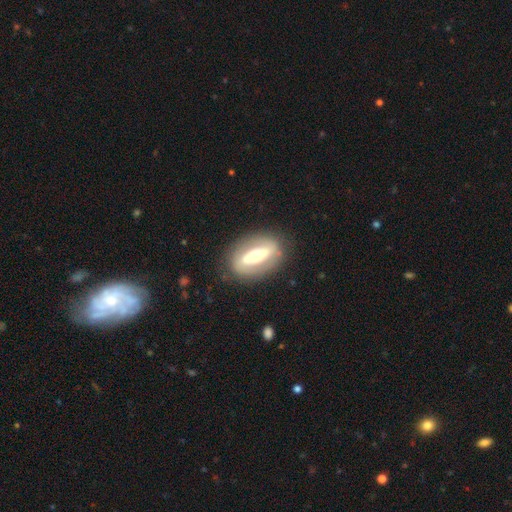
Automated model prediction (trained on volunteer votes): smooth_or_featured: featured or disk (p=0.65) [alt: smooth p=0.29]
disk_edge_on: no (p=0.75) [alt: yes p=0.25]
merging: none (p=0.82) [alt: minor disturbance p=0.11]